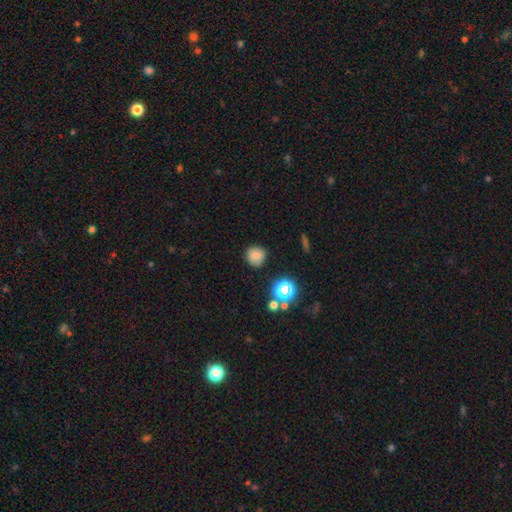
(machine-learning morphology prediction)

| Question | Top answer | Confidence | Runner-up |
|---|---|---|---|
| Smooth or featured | smooth | 78% | star or artifact (15%) |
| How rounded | round | 90% | in between (9%) |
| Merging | none | 84% | minor disturbance (10%) |